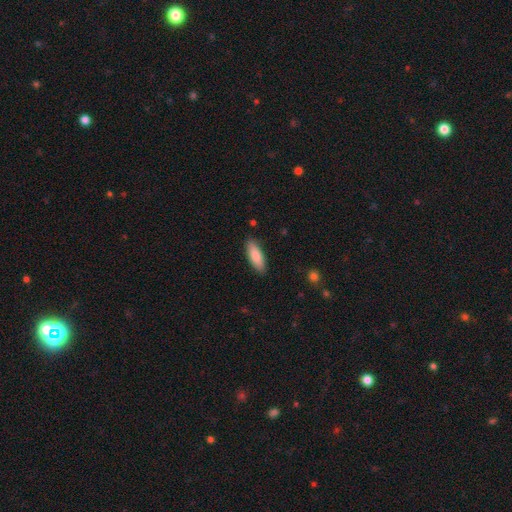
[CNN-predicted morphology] This appears to be a smooth galaxy with no disk features (85%) that is in between round and cigar-shaped (59%). Merging: none (87%).